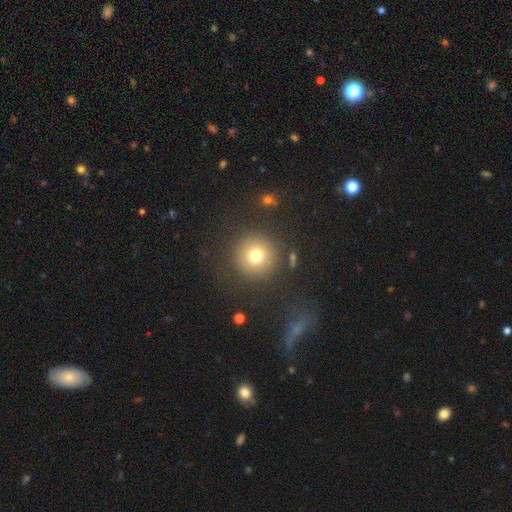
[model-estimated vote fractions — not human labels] A smooth galaxy with no disk features (76%) that is round (95%).

Vote fractions:
- Smooth or featured? smooth: 76% / star or artifact: 14% / featured or disk: 11%
- How rounded? round: 95% / in between: 4% / cigar-shaped: 1%
- Merging? none: 87% / minor disturbance: 7% / major disturbance: 4% / merger: 2%